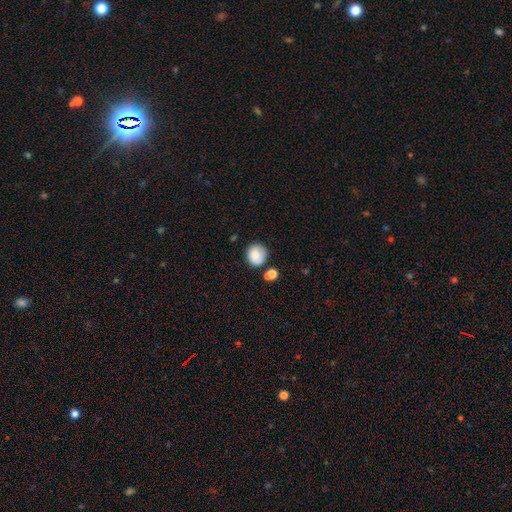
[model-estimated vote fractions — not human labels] Smooth or featured?
  - smooth: 84% *
  - star or artifact: 9%
  - featured or disk: 8%
How rounded?
  - round: 85% *
  - in between: 14%
  - cigar-shaped: 1%
Merging?
  - none: 72% *
  - minor disturbance: 15%
  - merger: 8%
  - major disturbance: 4%